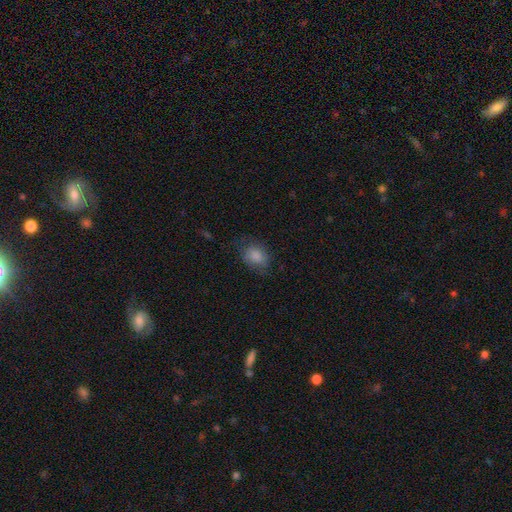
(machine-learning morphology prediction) This appears to be a smooth galaxy with no disk features (84%) that is in between round and cigar-shaped (63%). Merging: none (65%).